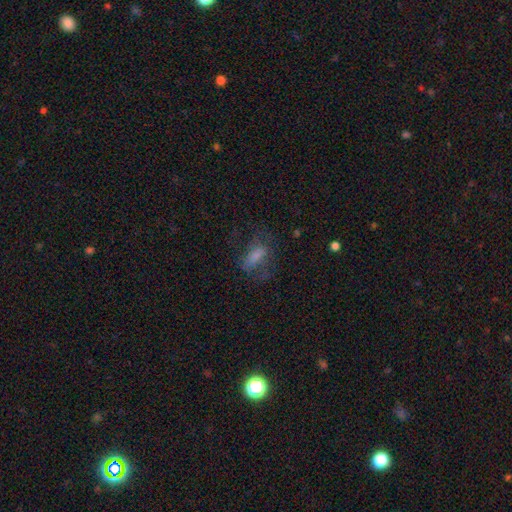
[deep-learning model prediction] Morphology: type=smooth (54%); roundness=in between (64%); merging=none (57%).